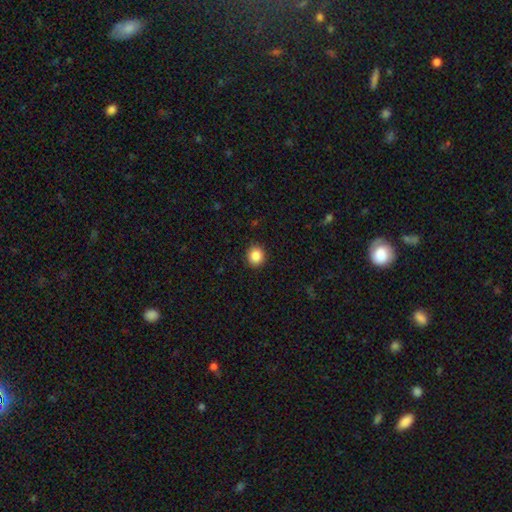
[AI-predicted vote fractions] Morphology: type=smooth (87%); roundness=round (87%); merging=none (91%).